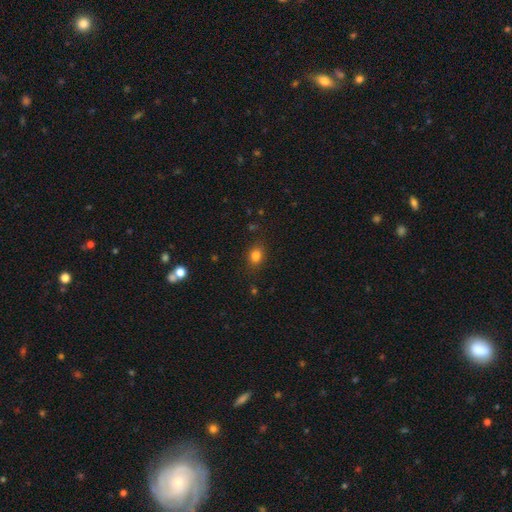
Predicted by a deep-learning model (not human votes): smooth-or-featured: smooth: 82% | star or artifact: 12% | featured or disk: 6%
  how-rounded: in between: 54% | round: 45% | cigar-shaped: 1%
  merging: none: 83% | minor disturbance: 12% | major disturbance: 3% | merger: 1%